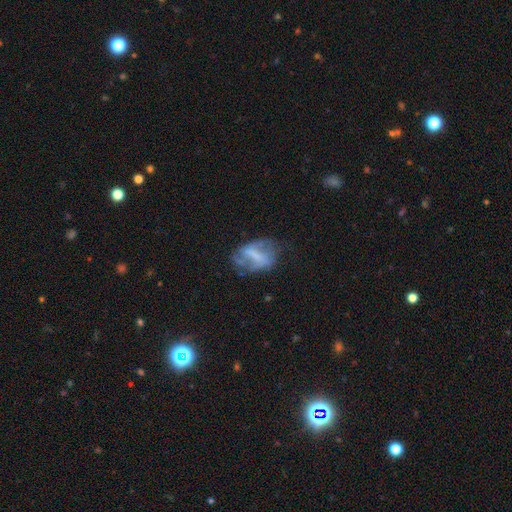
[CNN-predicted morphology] Q: Smooth or featured?
A: featured or disk (65%); runner-up: smooth (26%)
Q: Edge-on disk?
A: no (96%); runner-up: yes (4%)
Q: Bar?
A: strong (41%); runner-up: weak (37%)
Q: Spiral arms?
A: yes (61%); runner-up: no (39%)
Q: Bulge size?
A: none (48%); runner-up: small (24%)
Q: Merging?
A: none (45%); runner-up: minor disturbance (26%)